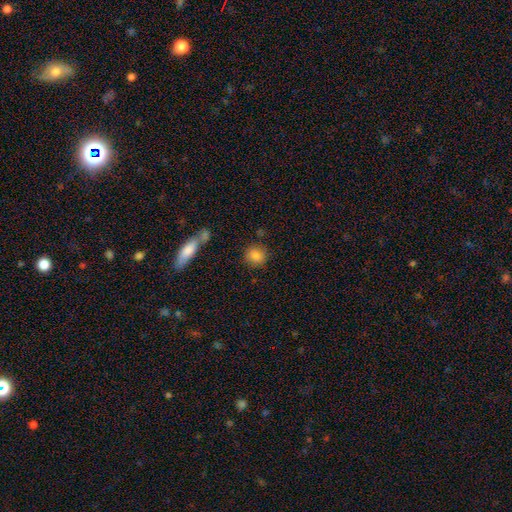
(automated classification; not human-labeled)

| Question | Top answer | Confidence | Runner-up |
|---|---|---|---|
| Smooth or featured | smooth | 84% | star or artifact (9%) |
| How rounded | round | 82% | in between (16%) |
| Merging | none | 81% | minor disturbance (10%) |